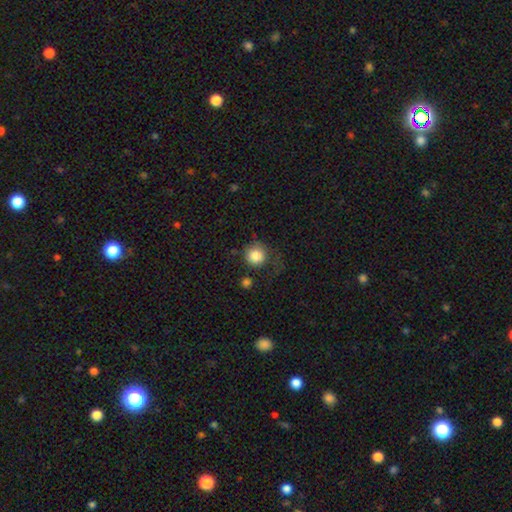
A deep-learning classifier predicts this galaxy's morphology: This is clearly a smooth galaxy (84%). How rounded: clearly round (93%). Merging: likely none (66%).